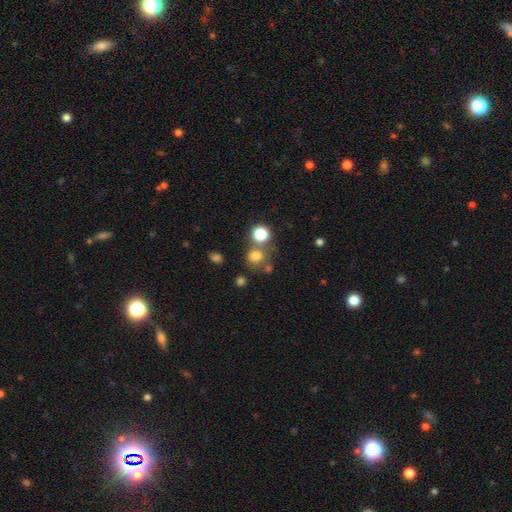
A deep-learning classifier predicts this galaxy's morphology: Overall: smooth (73%). How rounded: round (82%). Merging: none (61%; merger 24%).